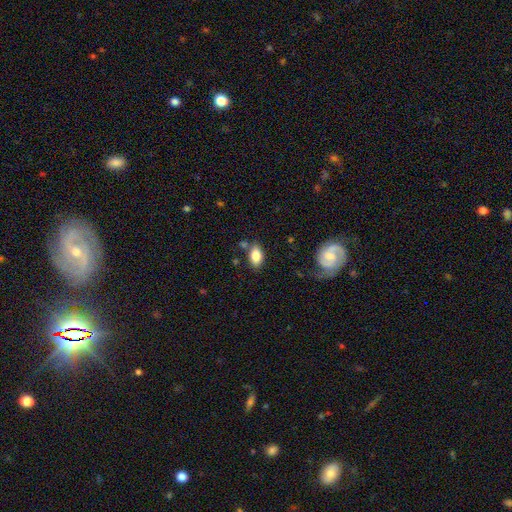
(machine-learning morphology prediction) Q: Smooth or featured?
A: smooth (84%); runner-up: featured or disk (9%)
Q: How rounded?
A: in between (91%); runner-up: round (6%)
Q: Merging?
A: none (73%); runner-up: minor disturbance (15%)